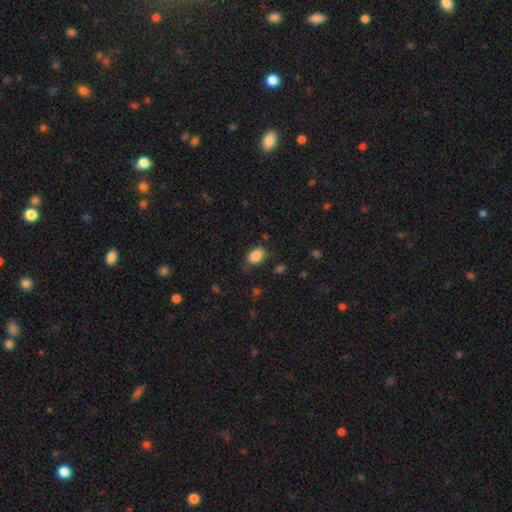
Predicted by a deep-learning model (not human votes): Morphology: type=smooth (87%); roundness=in between (83%); merging=none (69%).